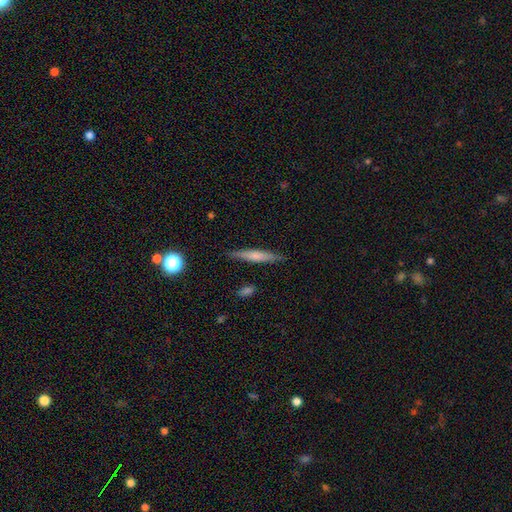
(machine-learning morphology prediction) Q: Smooth or featured?
A: smooth (54%); runner-up: featured or disk (39%)
Q: How rounded?
A: cigar-shaped (91%); runner-up: in between (7%)
Q: Merging?
A: none (86%); runner-up: minor disturbance (10%)